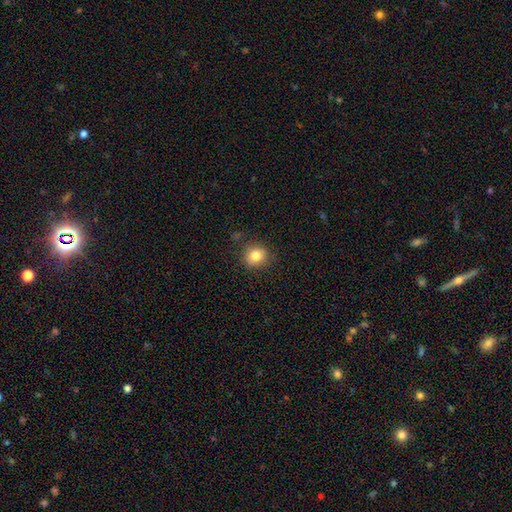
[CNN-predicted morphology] Smooth or featured? smooth (82%)
How rounded? round (82%)
Merging? none (82%)